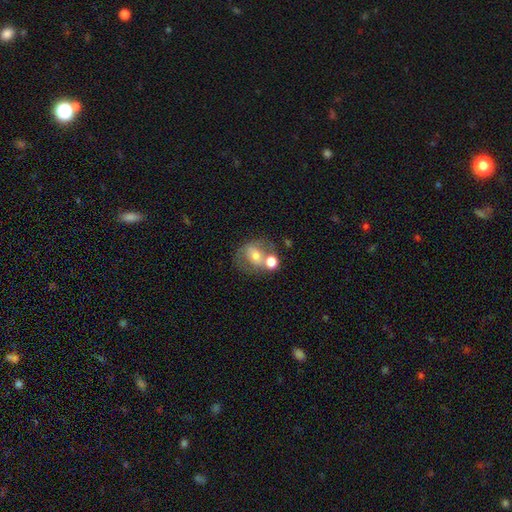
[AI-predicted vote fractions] Q: Smooth or featured?
A: smooth (55%); runner-up: featured or disk (35%)
Q: How rounded?
A: round (55%); runner-up: in between (44%)
Q: Merging?
A: merger (41%); runner-up: none (34%)